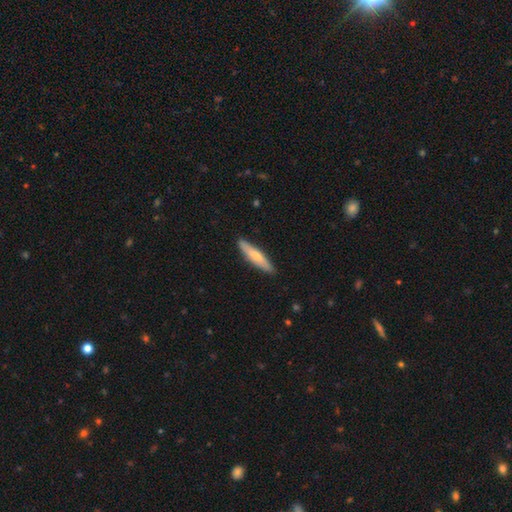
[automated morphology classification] Smooth or featured: smooth — 62% (featured or disk — 33%)
How rounded: cigar-shaped — 82% (in between — 16%)
Merging: none — 89% (minor disturbance — 9%)